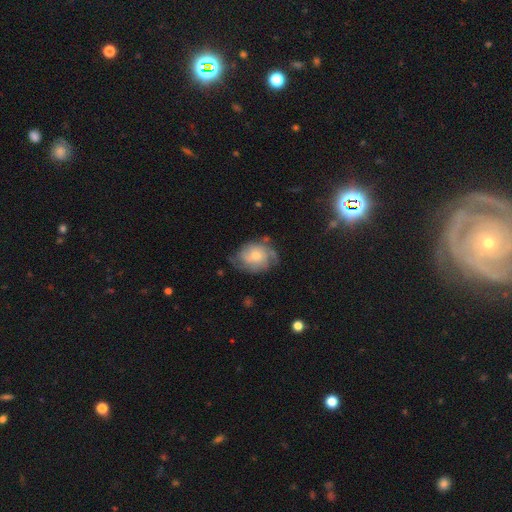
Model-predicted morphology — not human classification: Overall: featured or disk (60%; smooth 33%). Edge-on disk: no (97%). Bar: no (80%). Spiral arms: yes (82%). Bulge size: small (54%; moderate 40%). Merging: none (57%; minor disturbance 28%).